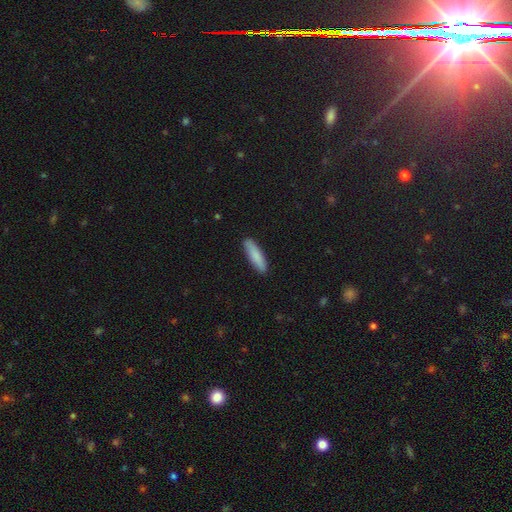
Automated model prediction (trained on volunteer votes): smooth-or-featured: smooth: 85% | featured or disk: 9% | star or artifact: 5%
  how-rounded: cigar-shaped: 72% | in between: 26% | round: 1%
  merging: none: 89% | minor disturbance: 9% | major disturbance: 2% | merger: 1%